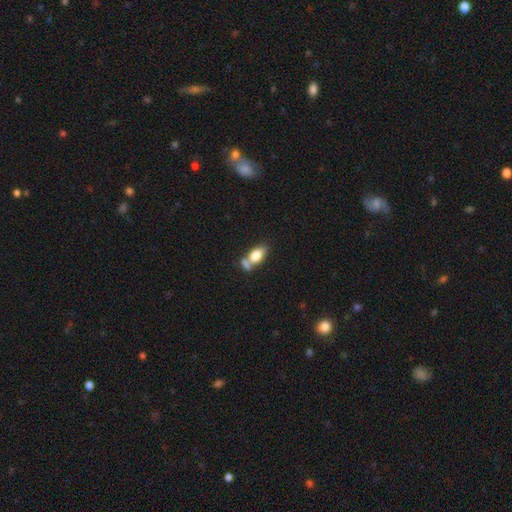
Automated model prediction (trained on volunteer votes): Smooth or featured: smooth — 76% (featured or disk — 15%)
How rounded: in between — 86% (round — 8%)
Merging: none — 40% (tied with merger — 40%)